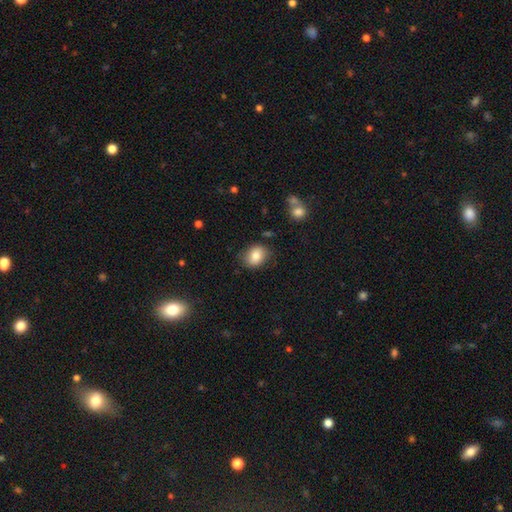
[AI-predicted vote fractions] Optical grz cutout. It shows a smooth galaxy with no disk features (83%) that is in between round and cigar-shaped (57%). Merging: none (79%).